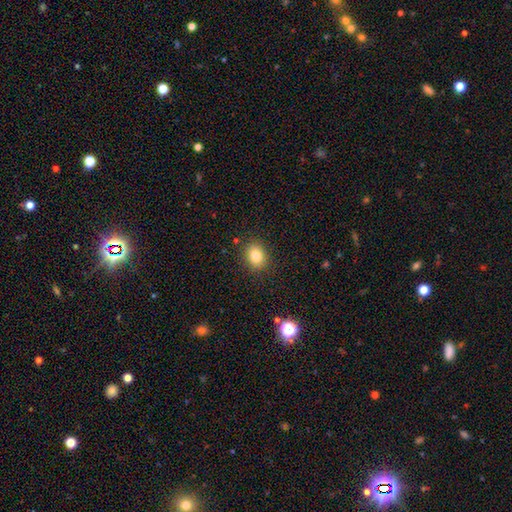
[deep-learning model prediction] smooth 82%, star or artifact 11%, featured or disk 7%. Down the decision tree: how rounded — in between (53%); merging — none (88%).